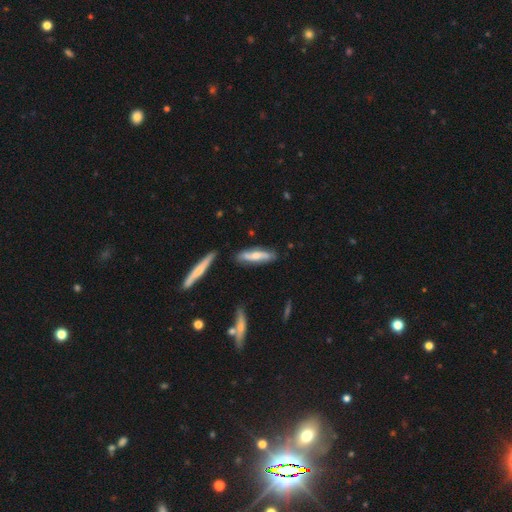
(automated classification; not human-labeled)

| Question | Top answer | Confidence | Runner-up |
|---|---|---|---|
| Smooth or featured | featured or disk | 50% | smooth (44%) |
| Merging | none | 77% | minor disturbance (16%) |